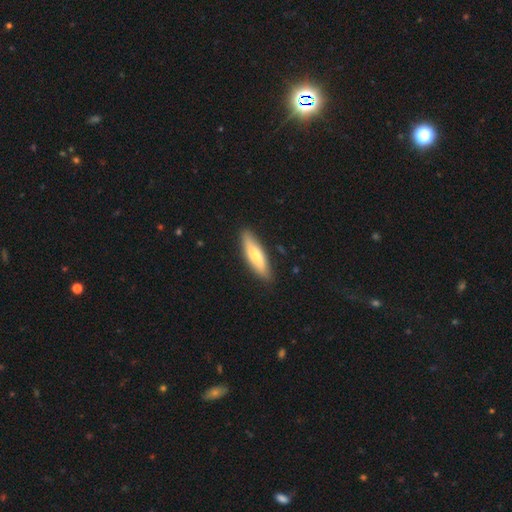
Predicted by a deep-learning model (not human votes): Smooth or featured: smooth — 64% (featured or disk — 31%)
How rounded: cigar-shaped — 58% (in between — 40%)
Merging: none — 87% (minor disturbance — 10%)